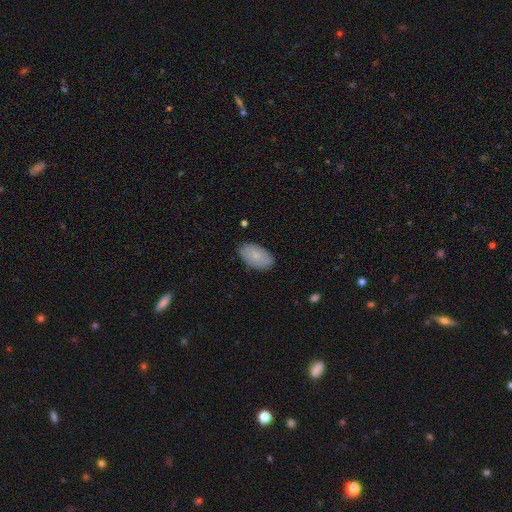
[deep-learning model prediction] smooth 80%, featured or disk 14%, star or artifact 6%. Down the decision tree: how rounded — in between (94%); merging — none (85%).